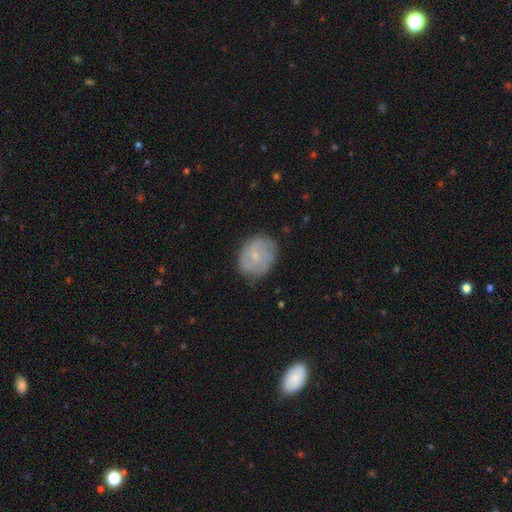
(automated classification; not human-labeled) Q: Smooth or featured?
A: featured or disk (52%); runner-up: smooth (40%)
Q: Edge-on disk?
A: no (97%); runner-up: yes (3%)
Q: Bar?
A: no (65%); runner-up: weak (31%)
Q: Spiral arms?
A: yes (82%); runner-up: no (18%)
Q: Bulge size?
A: small (74%); runner-up: moderate (17%)
Q: Merging?
A: none (76%); runner-up: minor disturbance (18%)